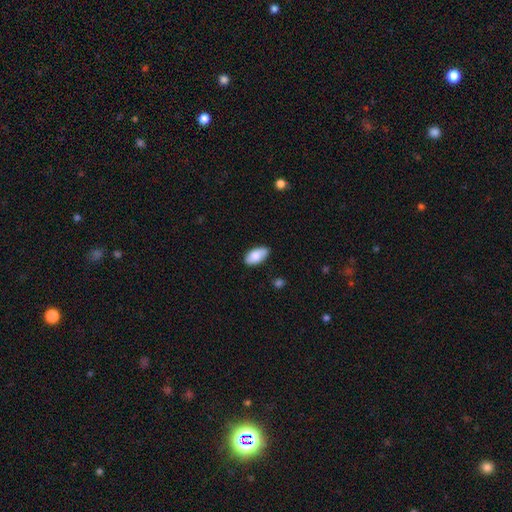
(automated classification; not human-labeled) Morphology: type=smooth (83%); roundness=in between (94%); merging=none (78%).